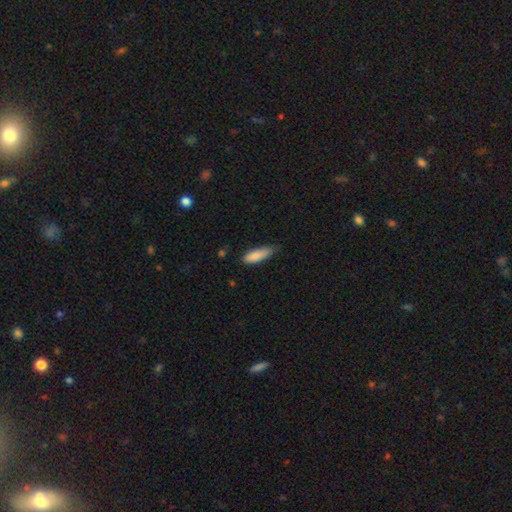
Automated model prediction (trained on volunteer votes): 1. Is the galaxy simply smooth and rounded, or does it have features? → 87% smooth, 7% featured or disk, 6% star or artifact.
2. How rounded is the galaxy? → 52% in between, 46% cigar-shaped, 2% round.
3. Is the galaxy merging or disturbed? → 64% none, 30% minor disturbance, 4% major disturbance, 2% merger.